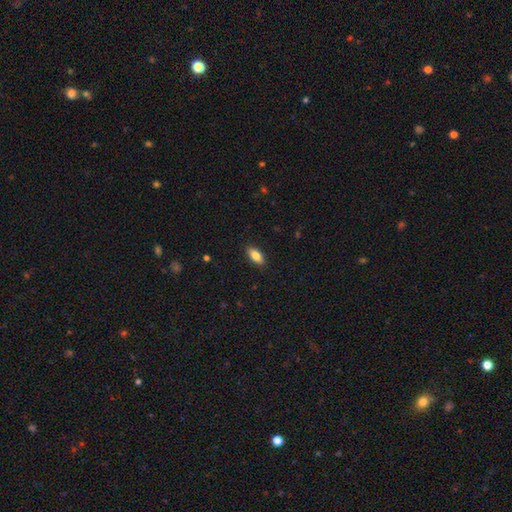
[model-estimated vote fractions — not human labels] The model was most divided on "smooth or featured": smooth: 81%, featured or disk: 12%, star or artifact: 7%. More confident: merging — none (89%); how rounded — in between (86%).